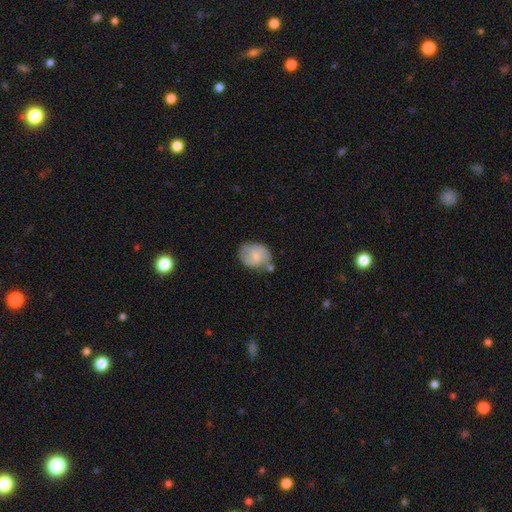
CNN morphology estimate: smooth-or-featured: smooth: 56% | featured or disk: 37% | star or artifact: 7%
  how-rounded: in between: 53% | round: 46% | cigar-shaped: 1%
  merging: none: 57% | minor disturbance: 26% | merger: 9% | major disturbance: 8%